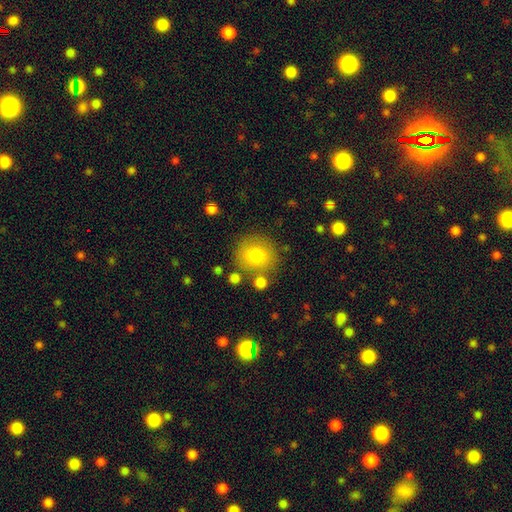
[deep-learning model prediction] smooth-or-featured: smooth: 78% | featured or disk: 13% | star or artifact: 9%
  how-rounded: round: 87% | in between: 12% | cigar-shaped: 1%
  merging: none: 76% | minor disturbance: 12% | merger: 8% | major disturbance: 4%